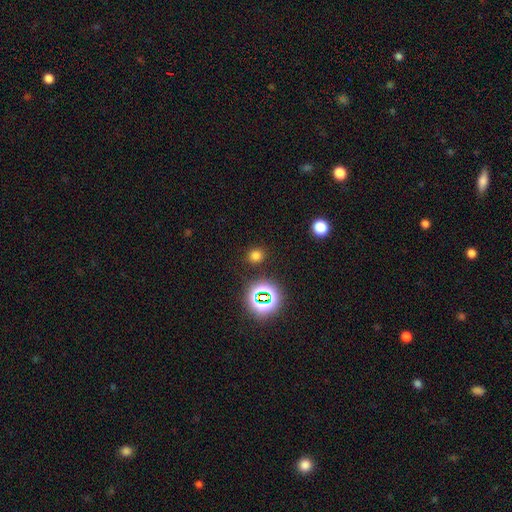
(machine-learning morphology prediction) smooth-or-featured: smooth: 70% | star or artifact: 24% | featured or disk: 5%
  how-rounded: round: 85% | in between: 14% | cigar-shaped: 1%
  merging: none: 88% | minor disturbance: 7% | major disturbance: 3% | merger: 2%